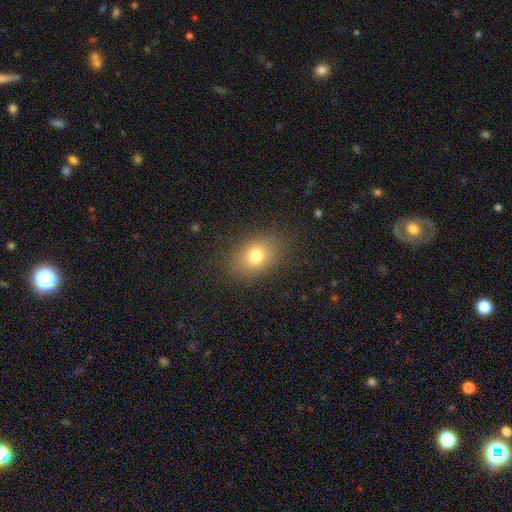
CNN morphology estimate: smooth 76%, star or artifact 13%, featured or disk 12%. Down the decision tree: how rounded — in between (68%); merging — none (85%).